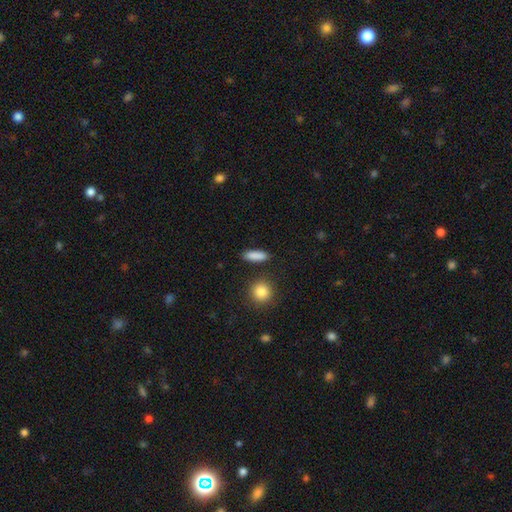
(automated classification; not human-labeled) Q: Smooth or featured?
A: smooth (86%); runner-up: star or artifact (8%)
Q: How rounded?
A: cigar-shaped (49%); runner-up: in between (45%)
Q: Merging?
A: none (87%); runner-up: minor disturbance (8%)